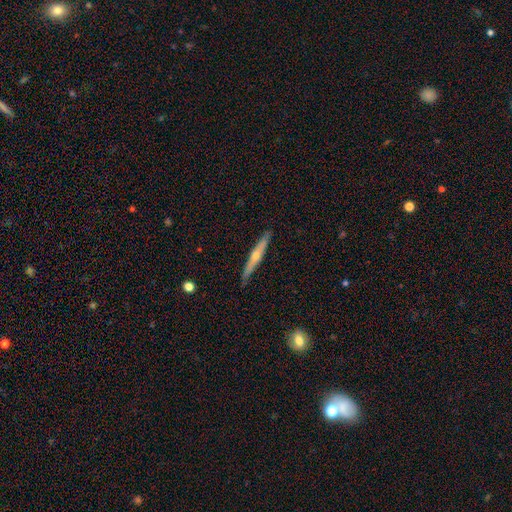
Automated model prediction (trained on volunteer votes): A featured or disk galaxy (64%) viewed edge-on (97%) with a rounded central bulge (82%).

Vote fractions:
- Smooth or featured? featured or disk: 64% / smooth: 30% / star or artifact: 6%
- Edge-on disk? yes: 97% / no: 3%
- Edge-on bulge? rounded: 82% / none: 15% / boxy: 3%
- Merging? none: 90% / minor disturbance: 7% / major disturbance: 1% / merger: 1%